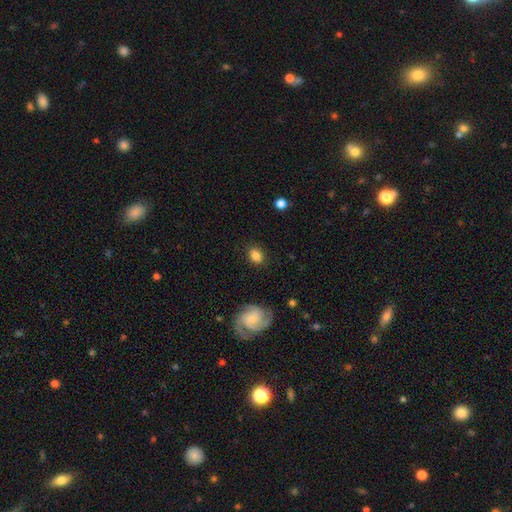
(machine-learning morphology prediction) Smooth or featured? smooth (81%)
How rounded? in between (63%)
Merging? none (84%)